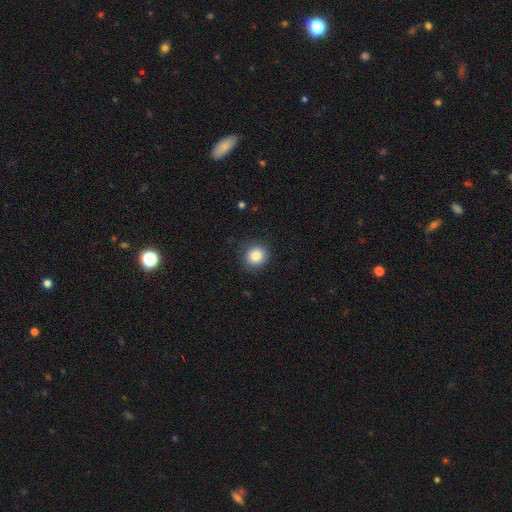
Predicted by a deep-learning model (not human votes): A smooth galaxy with no disk features (85%) that is round (89%).

Vote fractions:
- Smooth or featured? smooth: 85% / star or artifact: 10% / featured or disk: 5%
- How rounded? round: 89% / in between: 10% / cigar-shaped: 1%
- Merging? none: 87% / minor disturbance: 9% / major disturbance: 3% / merger: 1%